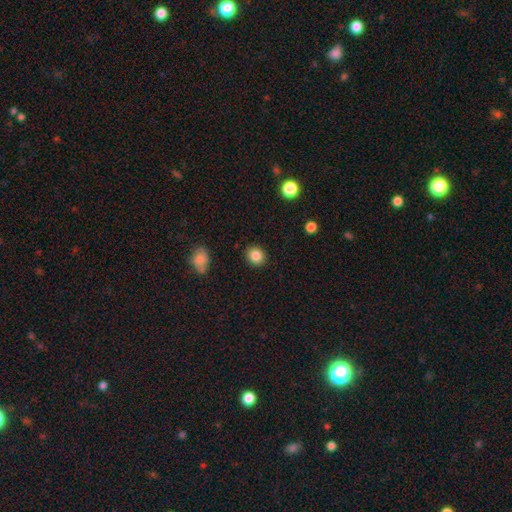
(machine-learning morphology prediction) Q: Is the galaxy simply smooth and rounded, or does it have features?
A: smooth — 86%.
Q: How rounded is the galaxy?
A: round — 78%.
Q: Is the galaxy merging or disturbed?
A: none — 90%.